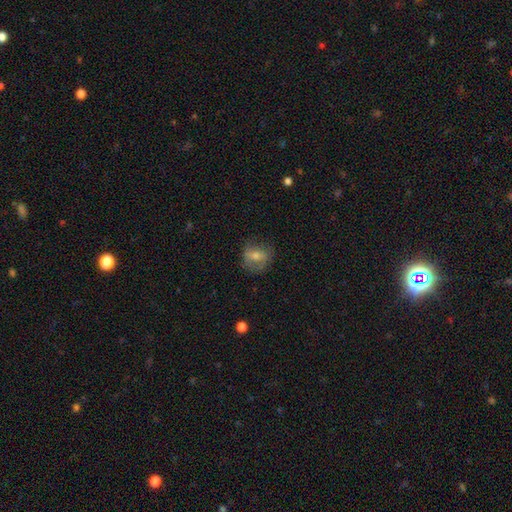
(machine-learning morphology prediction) This is possibly a smooth galaxy (50%). Merging: likely none (72%).